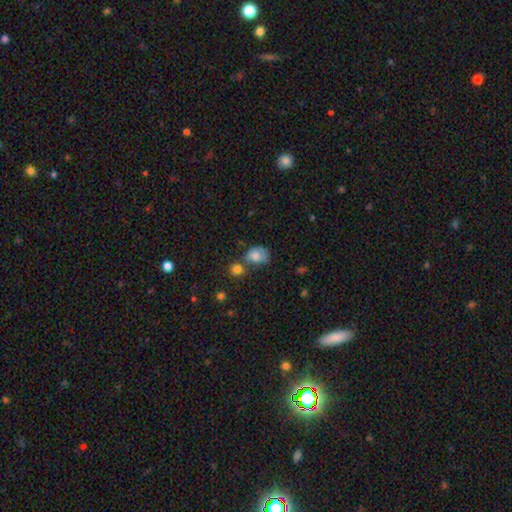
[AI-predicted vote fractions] smooth-or-featured: smooth: 75% | featured or disk: 15% | star or artifact: 10%
  how-rounded: in between: 63% | round: 36% | cigar-shaped: 1%
  merging: none: 35% | merger: 27% | minor disturbance: 25% | major disturbance: 13%